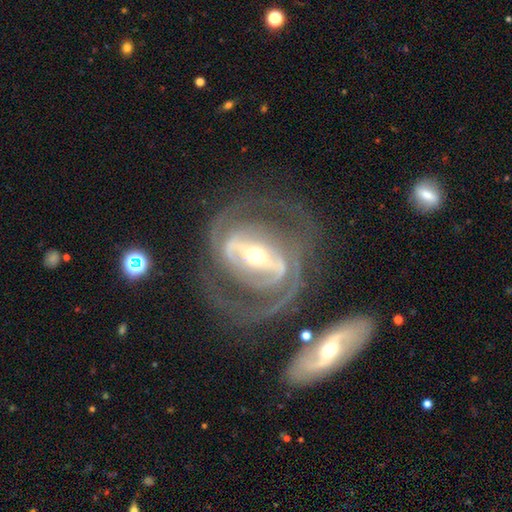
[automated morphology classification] Q: Smooth or featured?
A: featured or disk (89%); runner-up: smooth (6%)
Q: Edge-on disk?
A: no (95%); runner-up: yes (5%)
Q: Bar?
A: strong (71%); runner-up: weak (19%)
Q: Spiral arms?
A: yes (88%); runner-up: no (12%)
Q: Spiral winding?
A: medium (44%); runner-up: tight (39%)
Q: Spiral arm count?
A: 2 (72%); runner-up: can't tell (11%)
Q: Bulge size?
A: moderate (50%); runner-up: small (43%)
Q: Merging?
A: none (64%); runner-up: major disturbance (18%)